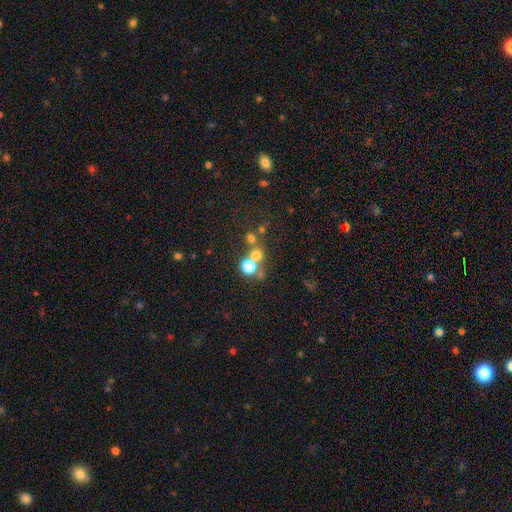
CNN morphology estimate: Q: Smooth or featured?
A: smooth (66%); runner-up: star or artifact (17%)
Q: How rounded?
A: round (81%); runner-up: in between (17%)
Q: Merging?
A: merger (50%); runner-up: none (38%)